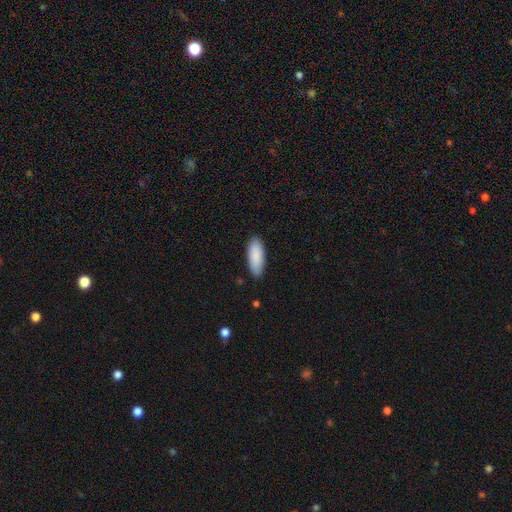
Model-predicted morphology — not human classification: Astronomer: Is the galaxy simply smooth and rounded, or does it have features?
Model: smooth — 89%.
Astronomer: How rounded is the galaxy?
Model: in between — 77%.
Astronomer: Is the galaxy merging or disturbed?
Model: none — 87%.